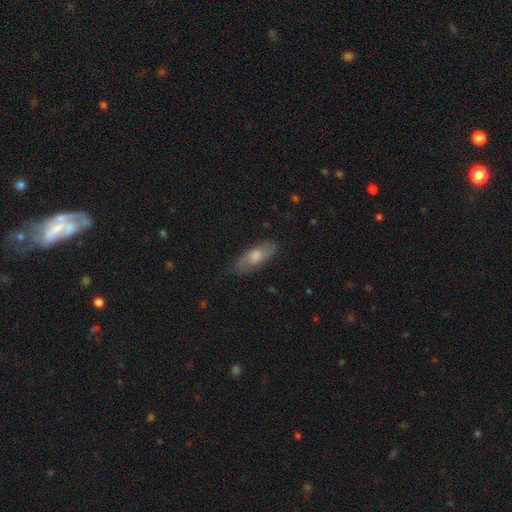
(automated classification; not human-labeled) The model was most divided on "smooth or featured": smooth: 56%, featured or disk: 37%, star or artifact: 7%. More confident: merging — none (77%); how rounded — in between (75%).